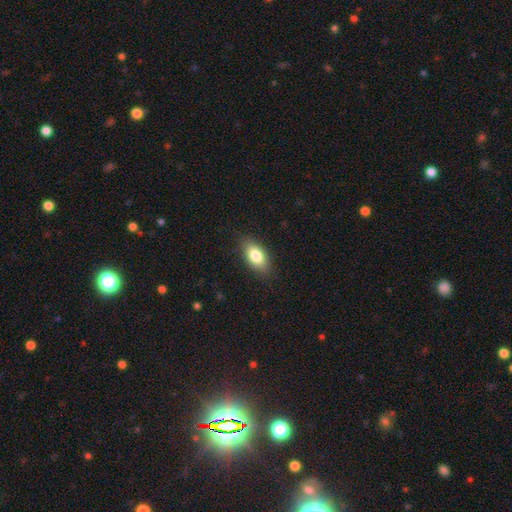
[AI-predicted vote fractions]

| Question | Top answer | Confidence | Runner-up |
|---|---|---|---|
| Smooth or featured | smooth | 81% | featured or disk (12%) |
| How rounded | in between | 88% | cigar-shaped (6%) |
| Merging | none | 84% | minor disturbance (12%) |